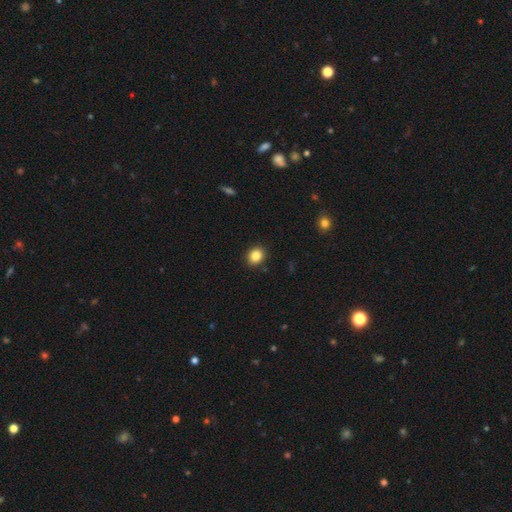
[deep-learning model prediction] Smooth or featured? smooth (86%)
How rounded? round (72%)
Merging? none (90%)